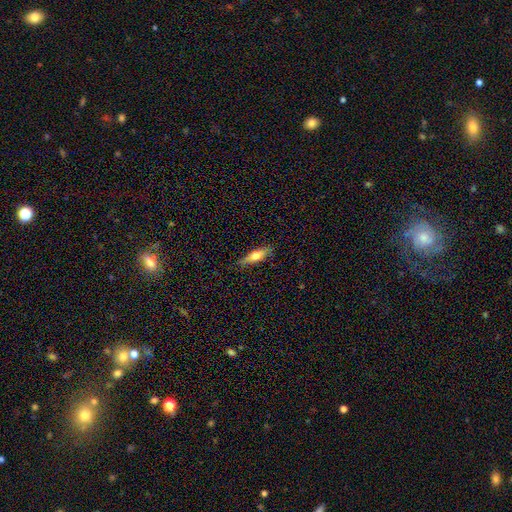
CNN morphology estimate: Smooth or featured? Predicted: smooth (p=0.58). How rounded? Predicted: cigar-shaped (p=0.60). Merging? Predicted: none (p=0.79).